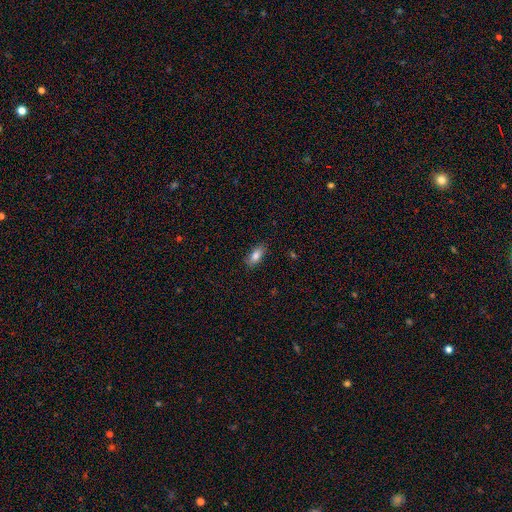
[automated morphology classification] Smooth or featured? smooth (82%)
How rounded? in between (84%)
Merging? none (84%)